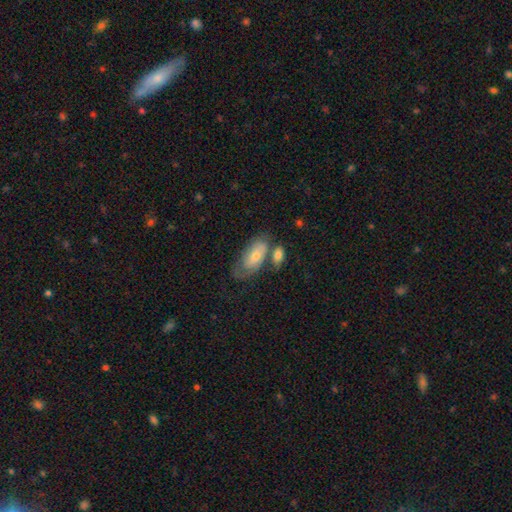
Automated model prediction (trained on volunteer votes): A smooth galaxy with no disk features (59%) that is in between round and cigar-shaped (88%).

Vote fractions:
- Smooth or featured? smooth: 59% / featured or disk: 34% / star or artifact: 7%
- How rounded? in between: 88% / cigar-shaped: 8% / round: 4%
- Merging? none: 42% / merger: 26% / minor disturbance: 21% / major disturbance: 11%